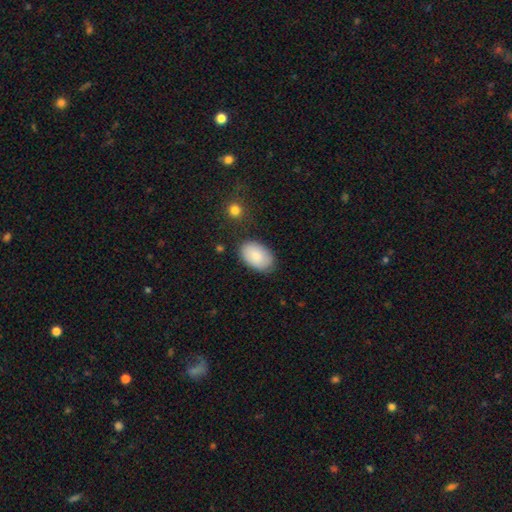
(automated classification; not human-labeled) Smooth or featured? Predicted: smooth (p=0.85). How rounded? Predicted: in between (p=0.93). Merging? Predicted: none (p=0.81).